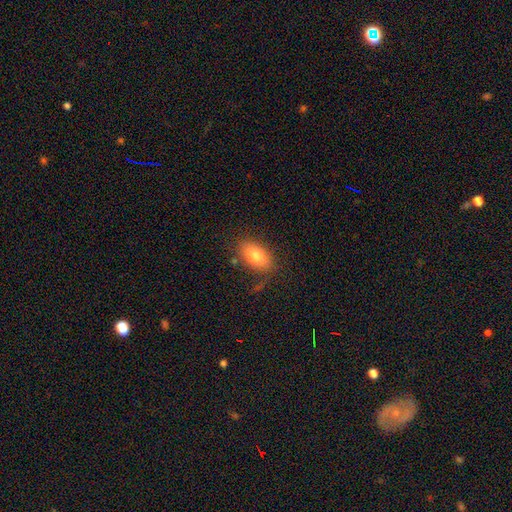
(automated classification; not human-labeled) Smooth or featured? smooth (77%)
How rounded? in between (89%)
Merging? none (78%)